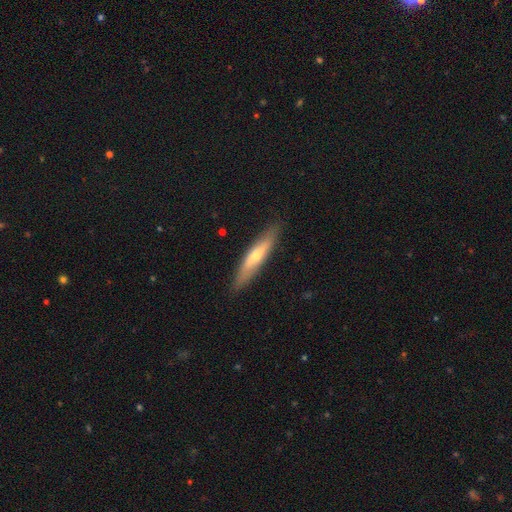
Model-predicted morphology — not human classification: Smooth or featured? Predicted: smooth (p=0.48). Merging? Predicted: none (p=0.87).